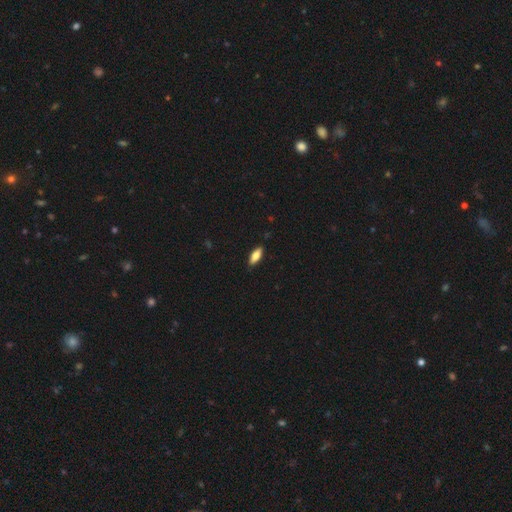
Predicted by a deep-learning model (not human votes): This is likely a smooth galaxy (78%). How rounded: likely in between (72%). Merging: clearly none (88%).